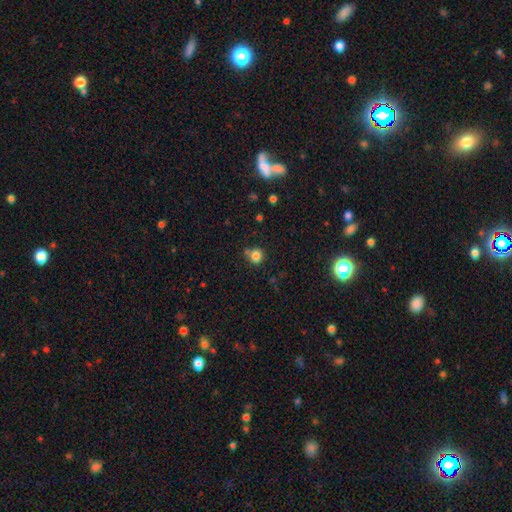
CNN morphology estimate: Q: Smooth or featured?
A: smooth (81%); runner-up: star or artifact (12%)
Q: How rounded?
A: round (81%); runner-up: in between (18%)
Q: Merging?
A: none (64%); runner-up: minor disturbance (17%)